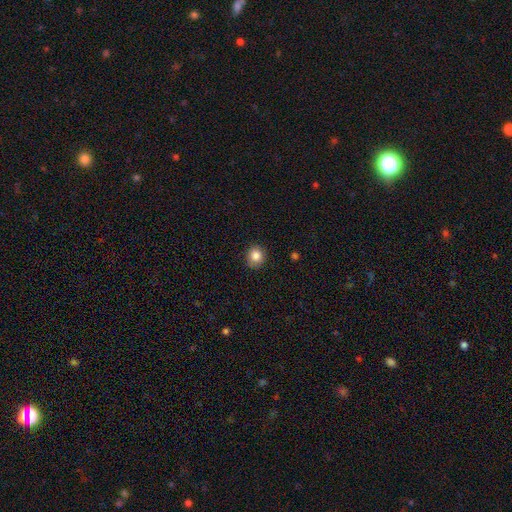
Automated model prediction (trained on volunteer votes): Smooth or featured?
  - smooth: 85% *
  - star or artifact: 10%
  - featured or disk: 5%
How rounded?
  - round: 79% *
  - in between: 20%
  - cigar-shaped: 1%
Merging?
  - none: 87% *
  - minor disturbance: 10%
  - major disturbance: 2%
  - merger: 1%